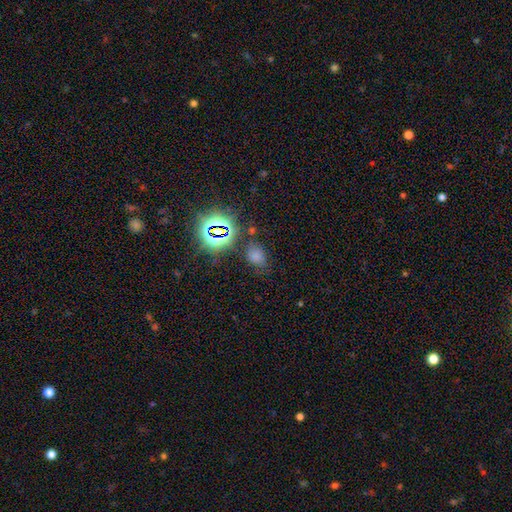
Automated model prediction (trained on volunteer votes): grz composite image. It shows a smooth galaxy with no disk features (61%) that is in between round and cigar-shaped (69%). Merging: none (67%).